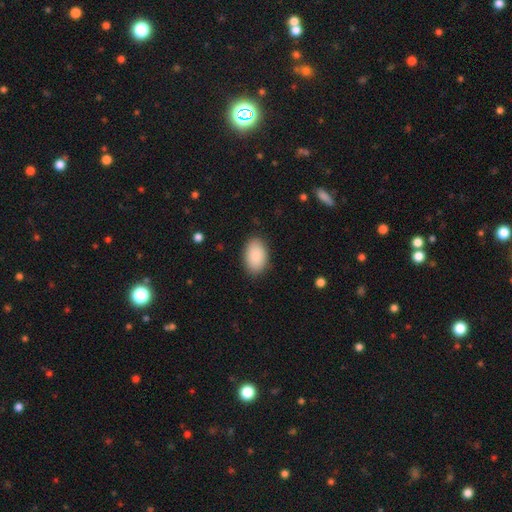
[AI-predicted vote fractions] smooth_or_featured: smooth (p=0.90) [alt: star or artifact p=0.06]
how_rounded: in between (p=0.93) [alt: round p=0.06]
merging: none (p=0.87) [alt: minor disturbance p=0.10]